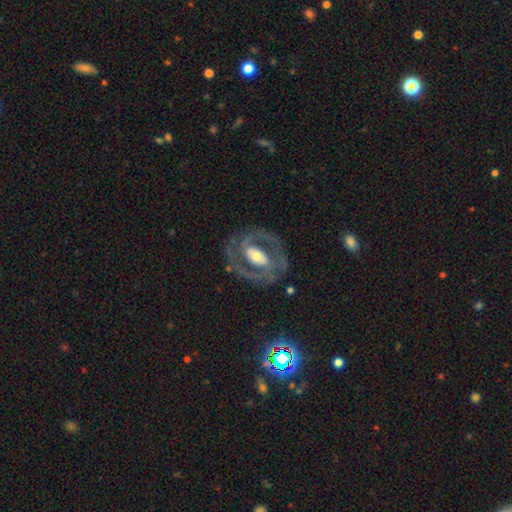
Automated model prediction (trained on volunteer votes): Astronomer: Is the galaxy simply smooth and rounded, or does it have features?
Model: featured or disk — 82%.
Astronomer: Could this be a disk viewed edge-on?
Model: no — 95%.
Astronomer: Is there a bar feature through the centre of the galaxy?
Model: strong — 41% (runner-up: weak, 32%).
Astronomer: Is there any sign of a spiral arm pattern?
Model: yes — 79%.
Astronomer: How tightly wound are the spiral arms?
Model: medium — 45% (runner-up: tight, 42%).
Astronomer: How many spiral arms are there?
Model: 2 — 83%.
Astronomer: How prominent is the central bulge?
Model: moderate — 55%.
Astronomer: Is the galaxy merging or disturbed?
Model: none — 77%.